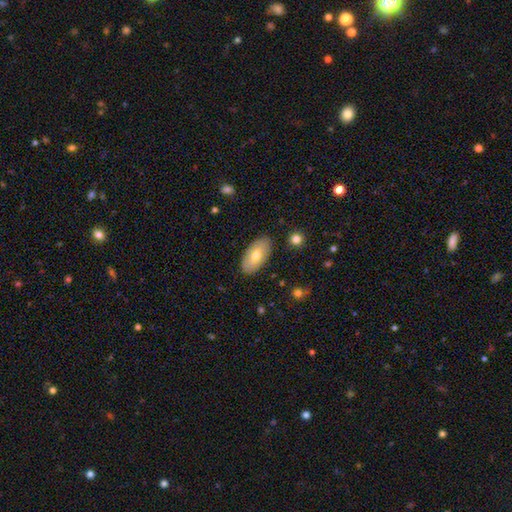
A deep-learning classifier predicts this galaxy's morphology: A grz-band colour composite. It shows a smooth galaxy with no disk features (68%) that is in between round and cigar-shaped (93%). Merging: none (87%).